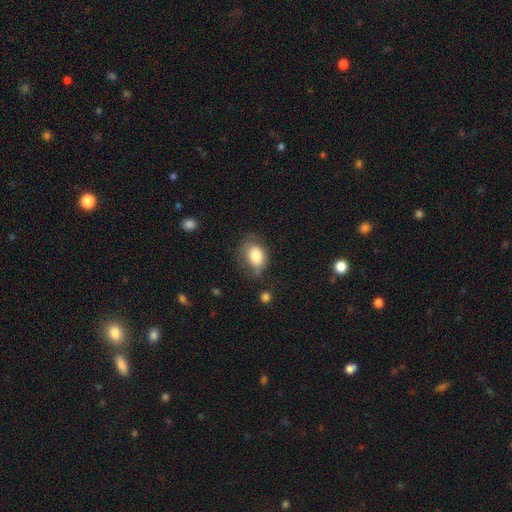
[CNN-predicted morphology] type=smooth (78%); roundness=in between (70%); merging=none (54%).